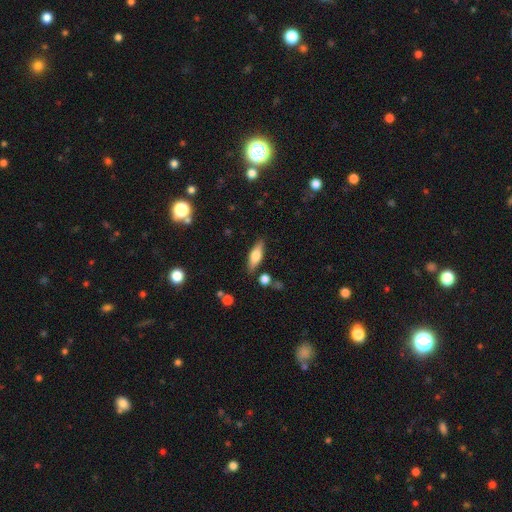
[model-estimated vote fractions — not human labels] The model was most divided on "how rounded": in between: 58%, cigar-shaped: 39%, round: 3%. More confident: merging — none (83%); smooth or featured — smooth (58%).